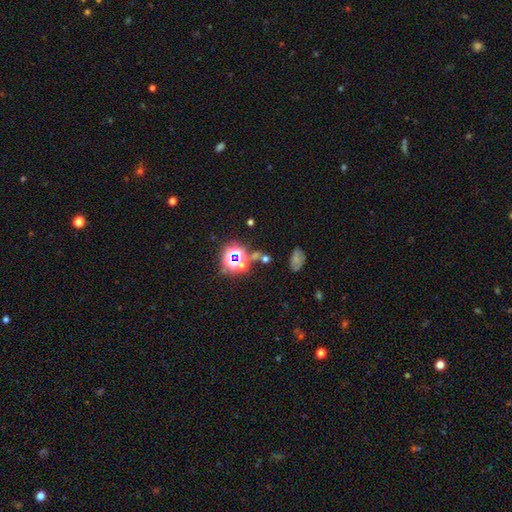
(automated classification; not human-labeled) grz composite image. It shows a star or artifact, not a galaxy (69%).